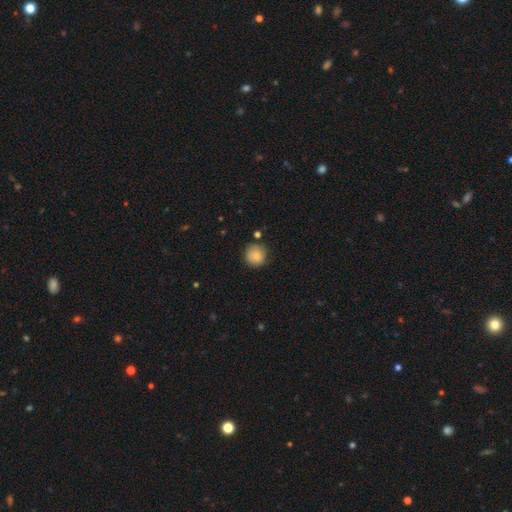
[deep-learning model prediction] Morphology: type=smooth (79%); roundness=round (93%); merging=none (81%).